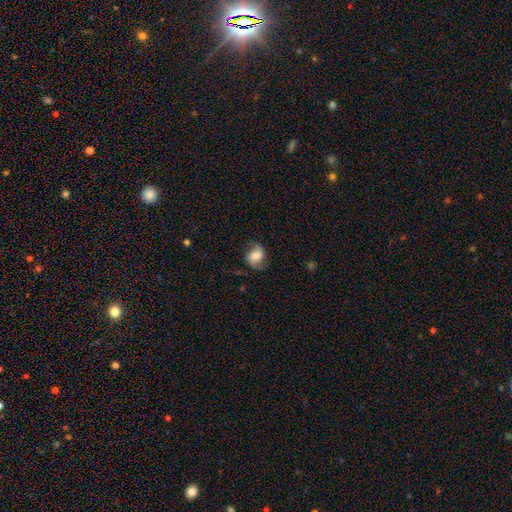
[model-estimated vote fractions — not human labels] Overall: featured or disk (49%; smooth 42%). Merging: none (71%).